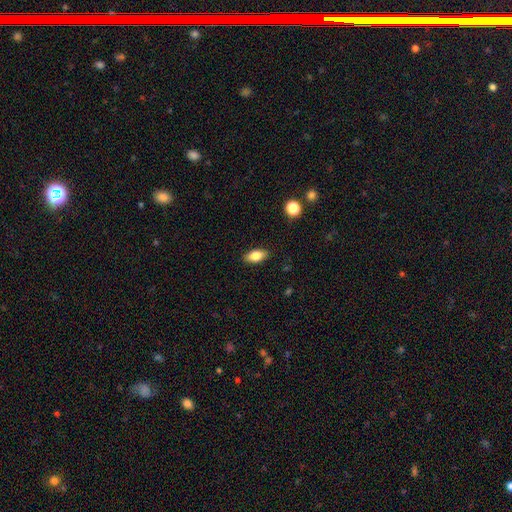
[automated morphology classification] This is likely a smooth galaxy (80%). How rounded: clearly in between (87%). Merging: clearly none (88%).